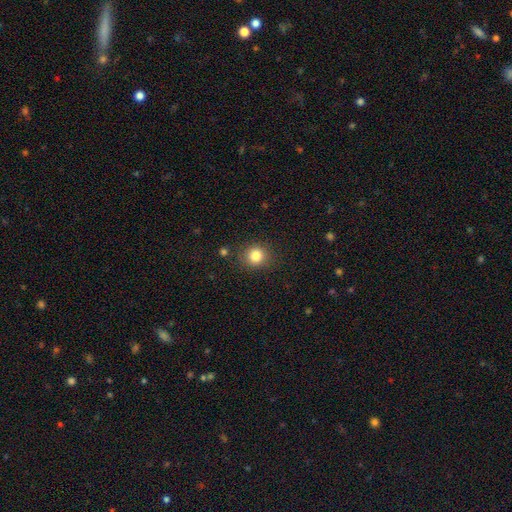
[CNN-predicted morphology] Smooth or featured: smooth — 83% (star or artifact — 11%)
How rounded: round — 86% (in between — 13%)
Merging: none — 86% (minor disturbance — 9%)